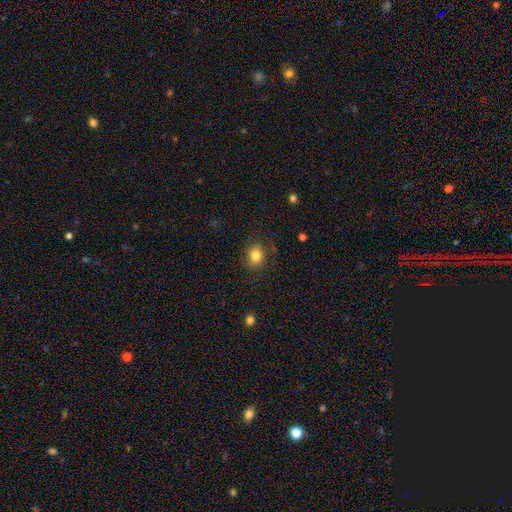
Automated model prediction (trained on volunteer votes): Q: Smooth or featured?
A: smooth (81%); runner-up: star or artifact (11%)
Q: How rounded?
A: round (66%); runner-up: in between (33%)
Q: Merging?
A: none (84%); runner-up: minor disturbance (12%)